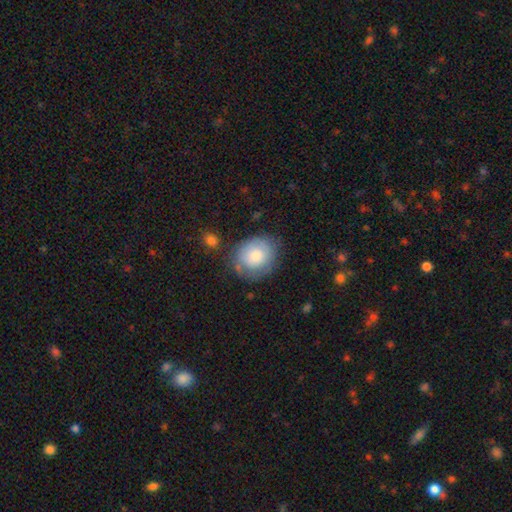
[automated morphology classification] Overall: smooth (71%). How rounded: round (64%; in between 35%). Merging: none (67%).